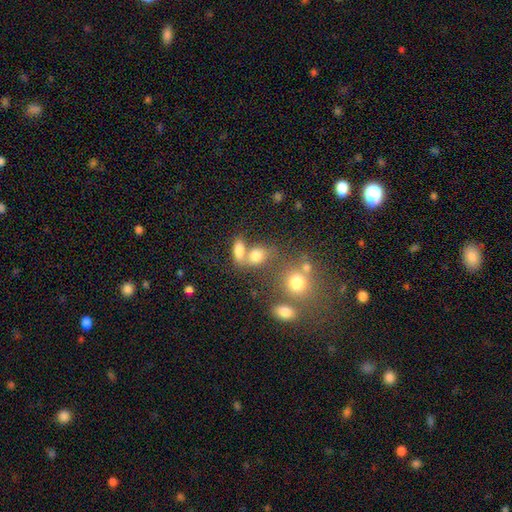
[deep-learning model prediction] Smooth or featured? smooth (74%)
How rounded? in between (68%)
Merging? merger (45%)